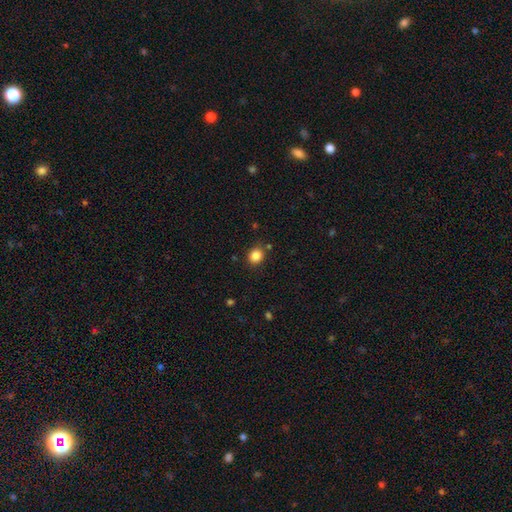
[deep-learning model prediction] This is clearly a smooth galaxy (85%). How rounded: likely round (70%). Merging: clearly none (84%).